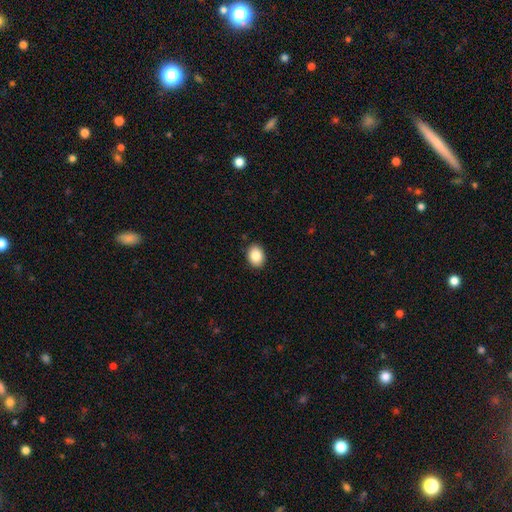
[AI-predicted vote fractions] Q: Smooth or featured?
A: smooth (86%); runner-up: star or artifact (8%)
Q: How rounded?
A: in between (65%); runner-up: round (34%)
Q: Merging?
A: none (90%); runner-up: minor disturbance (7%)